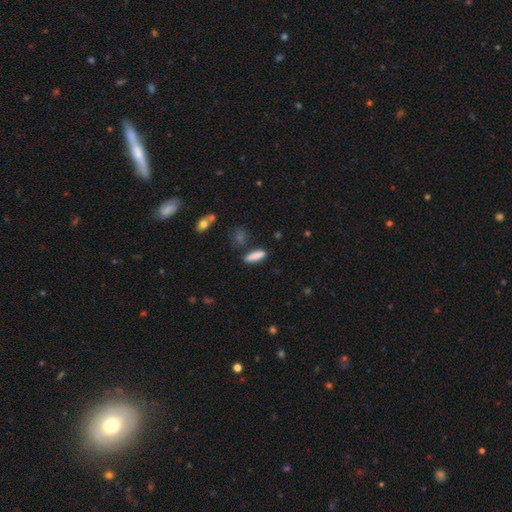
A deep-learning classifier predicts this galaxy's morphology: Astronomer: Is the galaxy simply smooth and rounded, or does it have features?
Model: smooth — 84%.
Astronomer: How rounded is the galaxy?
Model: cigar-shaped — 66%.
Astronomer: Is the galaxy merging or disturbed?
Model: none — 79%.